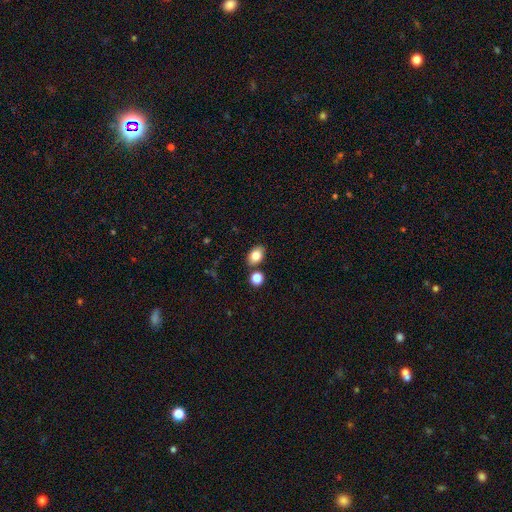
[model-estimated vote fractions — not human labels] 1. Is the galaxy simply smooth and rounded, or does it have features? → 83% smooth, 9% star or artifact, 8% featured or disk.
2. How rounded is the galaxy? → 77% in between, 22% round, 1% cigar-shaped.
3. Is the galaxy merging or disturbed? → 75% none, 11% minor disturbance, 11% merger, 3% major disturbance.